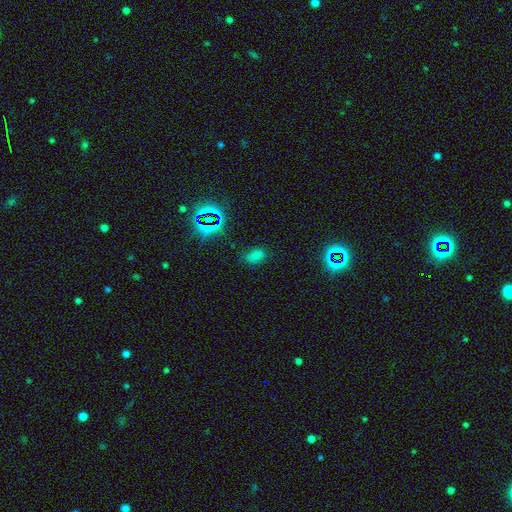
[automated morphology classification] Smooth or featured? Predicted: smooth (p=0.64). How rounded? Predicted: in between (p=0.88). Merging? Predicted: none (p=0.74).